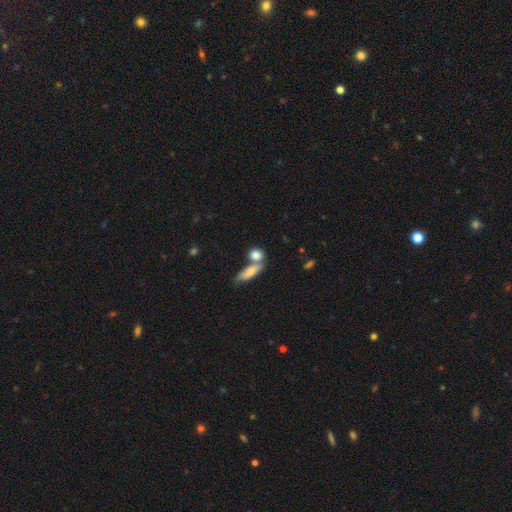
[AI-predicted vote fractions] smooth 83%, featured or disk 10%, star or artifact 7%. Down the decision tree: how rounded — in between (49%); merging — none (43%).